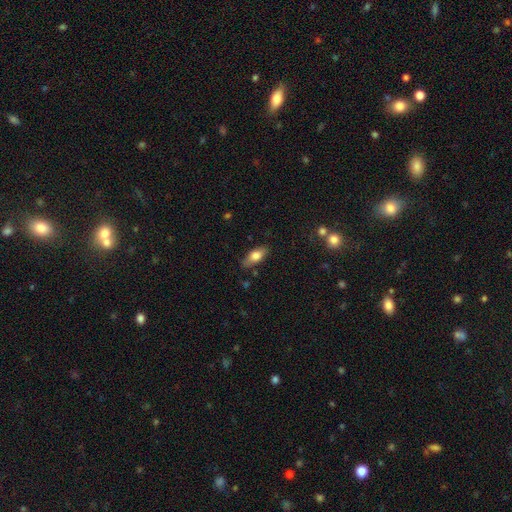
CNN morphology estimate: A smooth galaxy with no disk features (74%) that is in between round and cigar-shaped (80%).

Vote fractions:
- Smooth or featured? smooth: 74% / featured or disk: 19% / star or artifact: 7%
- How rounded? in between: 80% / cigar-shaped: 16% / round: 3%
- Merging? none: 81% / minor disturbance: 14% / major disturbance: 3% / merger: 2%